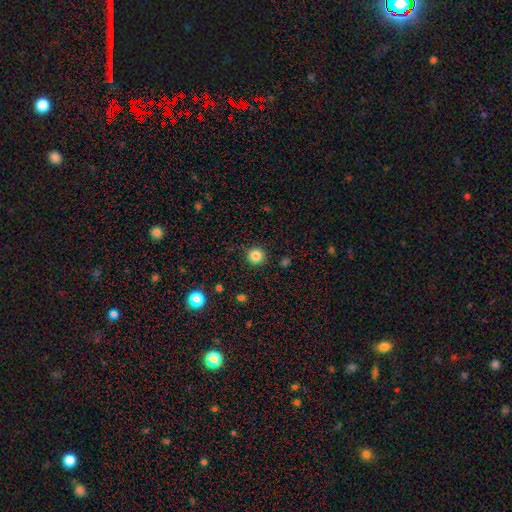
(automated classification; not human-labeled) Overall: smooth (84%). How rounded: round (95%). Merging: none (90%).